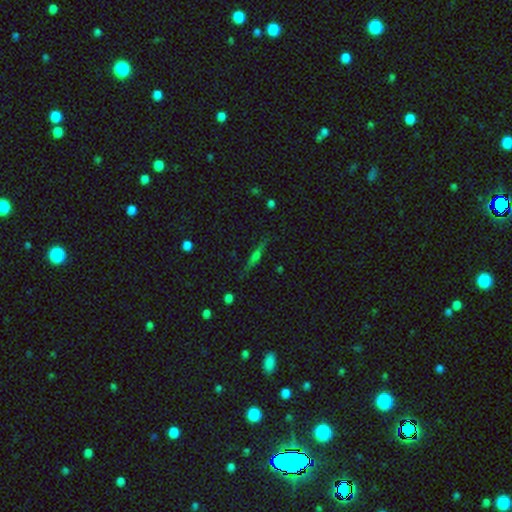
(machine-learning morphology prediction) Overall: featured or disk (44%; smooth 42%). Merging: none (80%).